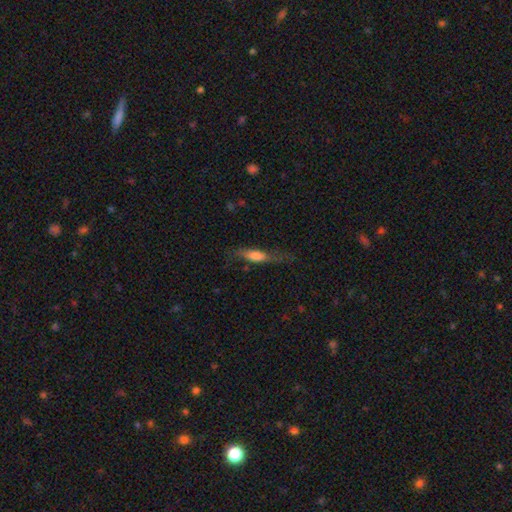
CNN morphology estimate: Smooth or featured? smooth (58%)
How rounded? cigar-shaped (66%)
Merging? none (58%)